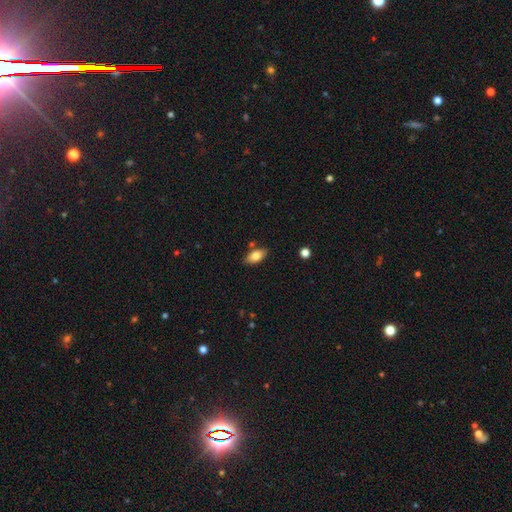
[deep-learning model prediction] Smooth or featured?
  - smooth: 79% *
  - featured or disk: 14%
  - star or artifact: 7%
How rounded?
  - in between: 90% *
  - cigar-shaped: 7%
  - round: 4%
Merging?
  - none: 81% *
  - minor disturbance: 12%
  - merger: 4%
  - major disturbance: 2%